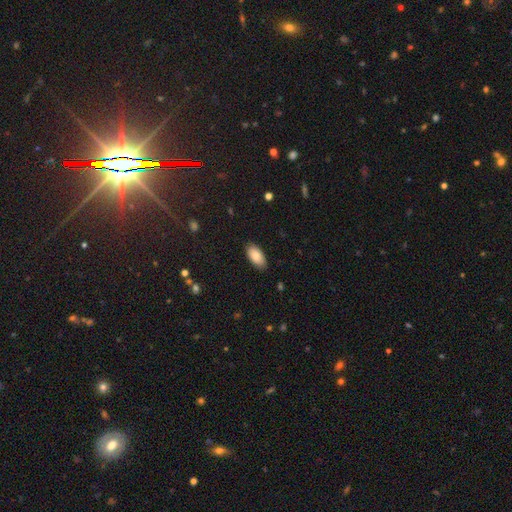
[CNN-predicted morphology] smooth-or-featured: smooth: 86% | featured or disk: 7% | star or artifact: 7%
  how-rounded: in between: 94% | cigar-shaped: 4% | round: 2%
  merging: none: 87% | minor disturbance: 10% | major disturbance: 2% | merger: 1%